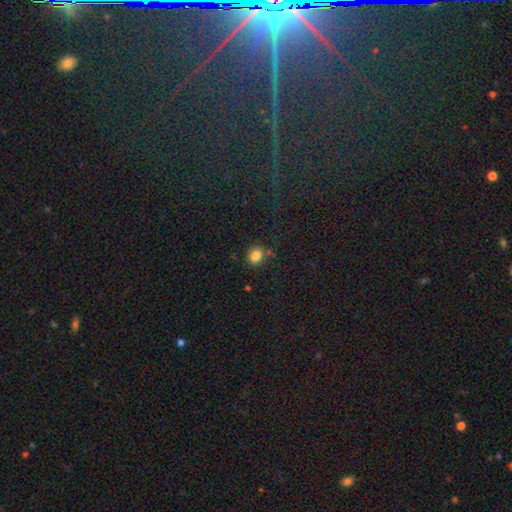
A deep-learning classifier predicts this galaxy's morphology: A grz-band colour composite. It shows a smooth galaxy with no disk features (83%) that is round (69%). Merging: none (77%).